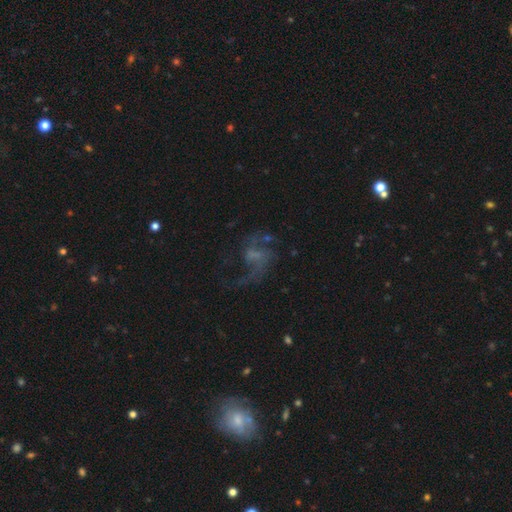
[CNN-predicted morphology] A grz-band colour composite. It shows a featured or disk galaxy (74%) with no bar (44%, tied with weak), 2 (71%) loose (65%) spiral arms (85%) and no central bulge (49%). Merging: none (49%).